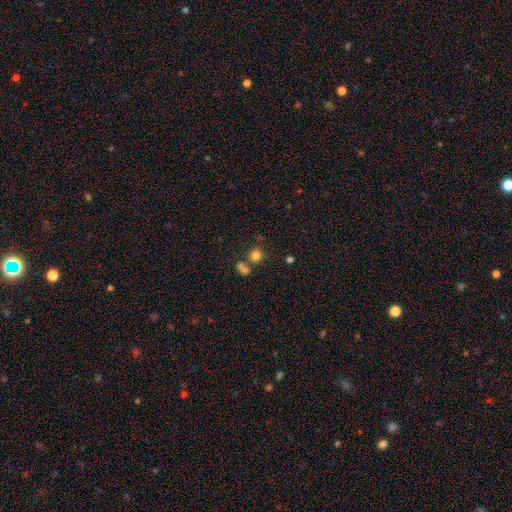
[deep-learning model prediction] smooth-or-featured: smooth: 79% | star or artifact: 14% | featured or disk: 8%
  how-rounded: round: 88% | in between: 11% | cigar-shaped: 1%
  merging: none: 61% | merger: 25% | minor disturbance: 9% | major disturbance: 4%